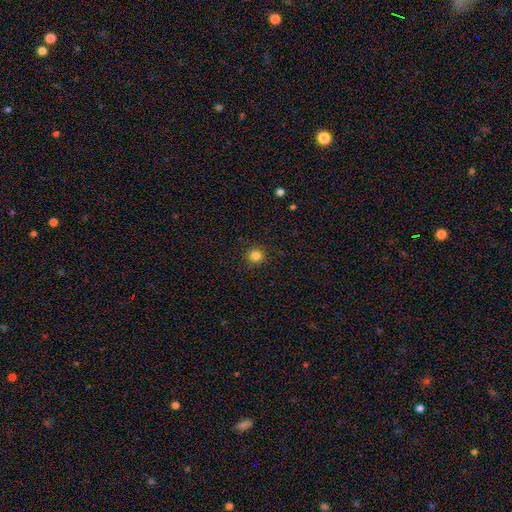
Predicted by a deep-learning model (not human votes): smooth-or-featured: smooth: 83% | star or artifact: 13% | featured or disk: 4%
  how-rounded: round: 95% | in between: 4% | cigar-shaped: 1%
  merging: none: 92% | minor disturbance: 5% | major disturbance: 2% | merger: 1%